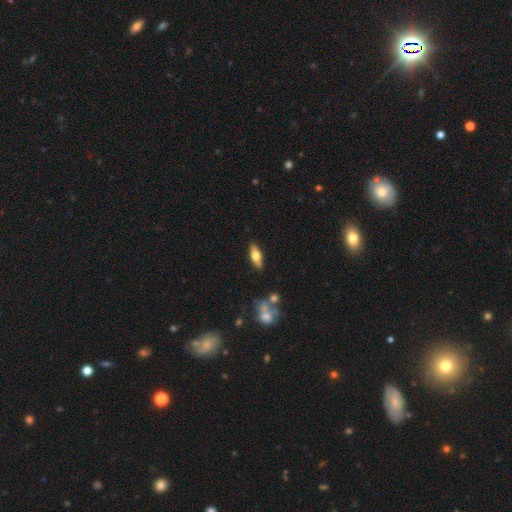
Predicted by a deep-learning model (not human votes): This is possibly a smooth galaxy (57%). How rounded: likely in between (64%). Merging: clearly none (86%).